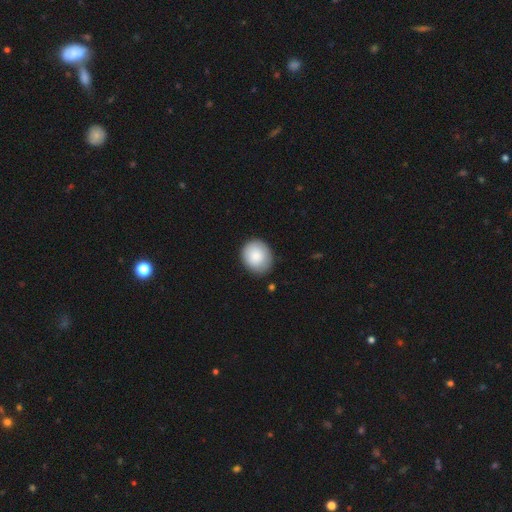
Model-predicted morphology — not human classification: Overall: smooth (86%). How rounded: round (71%). Merging: none (84%).